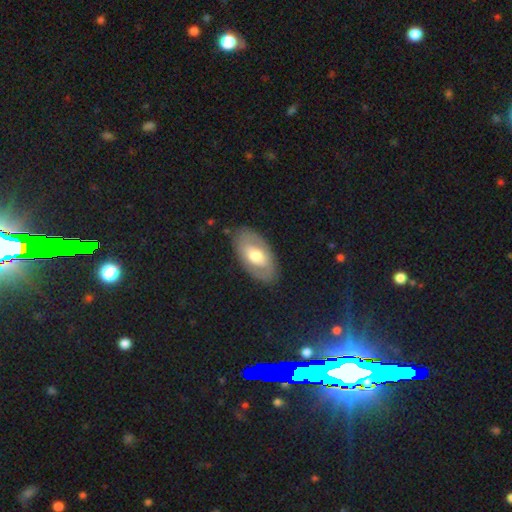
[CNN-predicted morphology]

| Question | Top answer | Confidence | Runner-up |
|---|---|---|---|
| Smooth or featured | featured or disk | 50% | smooth (45%) |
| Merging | none | 81% | minor disturbance (13%) |